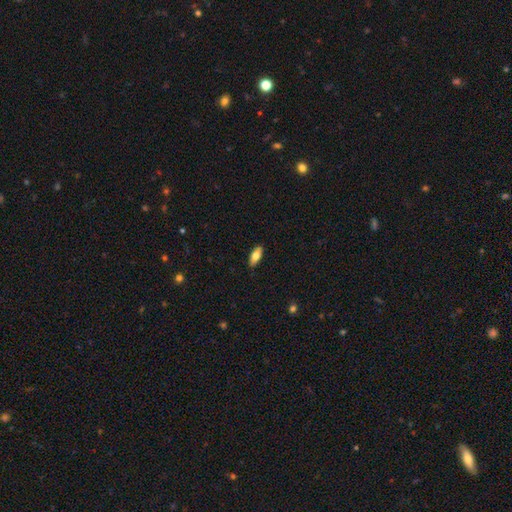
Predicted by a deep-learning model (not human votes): Morphology: type=smooth (75%); roundness=in between (79%); merging=none (90%).